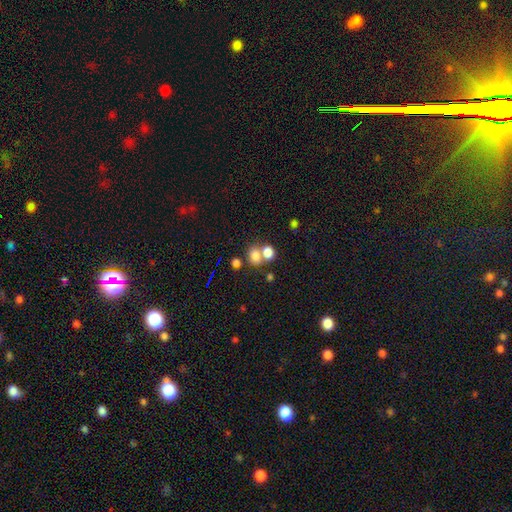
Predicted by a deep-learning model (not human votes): Overall: smooth (77%). How rounded: in between (54%; round 44%). Merging: merger (49%; none 38%).